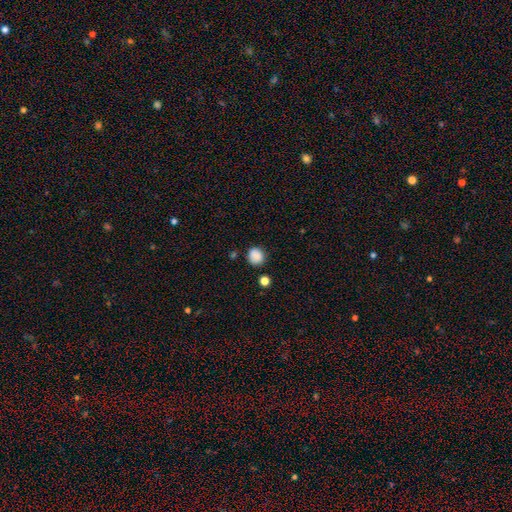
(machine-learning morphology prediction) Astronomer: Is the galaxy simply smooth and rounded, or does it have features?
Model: smooth — 87%.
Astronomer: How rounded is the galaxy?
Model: round — 80%.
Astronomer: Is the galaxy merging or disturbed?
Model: none — 80%.